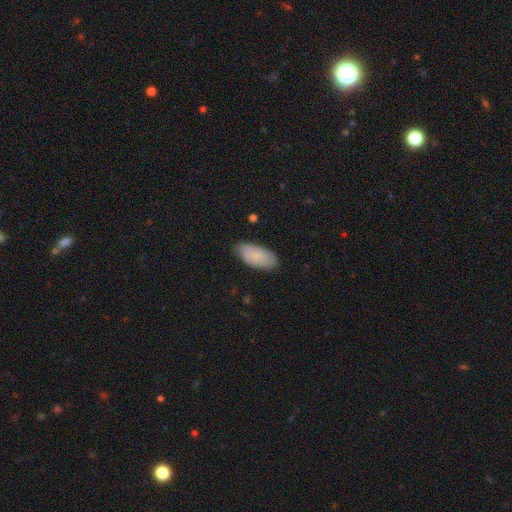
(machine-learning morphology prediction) type=smooth (82%); roundness=in between (92%); merging=none (78%).